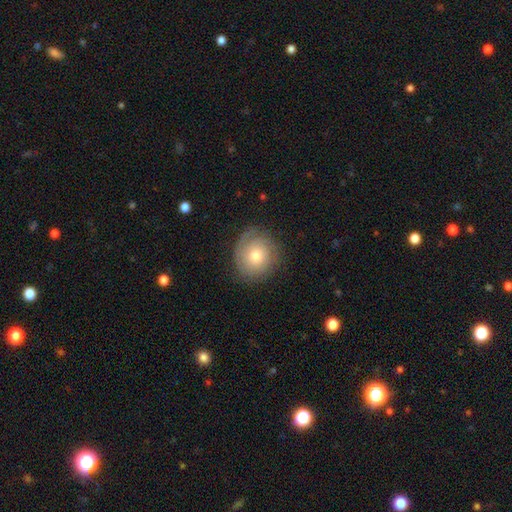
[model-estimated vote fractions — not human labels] A smooth galaxy with no disk features (48%).

Vote fractions:
- Smooth or featured? smooth: 48% / featured or disk: 43% / star or artifact: 9%
- Merging? none: 79% / minor disturbance: 15% / major disturbance: 5% / merger: 1%